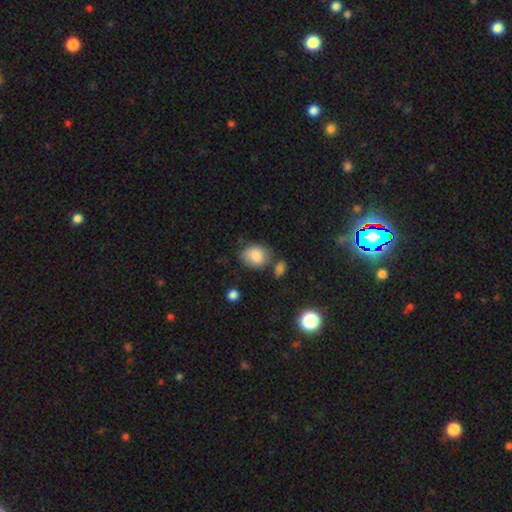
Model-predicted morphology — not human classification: Smooth or featured? Predicted: smooth (p=0.85). How rounded? Predicted: in between (p=0.55). Merging? Predicted: none (p=0.60).